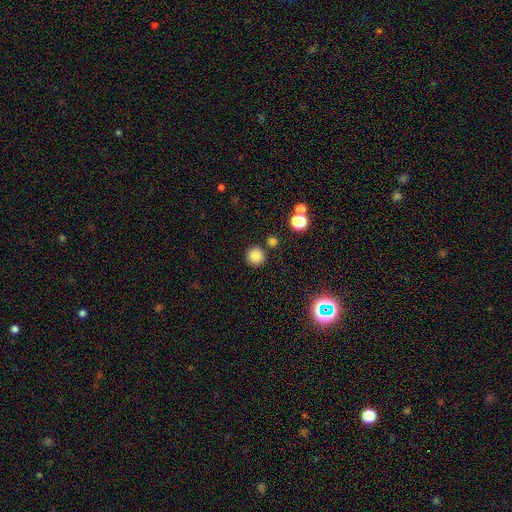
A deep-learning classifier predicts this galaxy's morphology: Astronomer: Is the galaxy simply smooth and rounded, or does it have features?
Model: smooth — 83%.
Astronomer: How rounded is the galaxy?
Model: round — 95%.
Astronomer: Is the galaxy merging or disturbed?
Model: none — 85%.